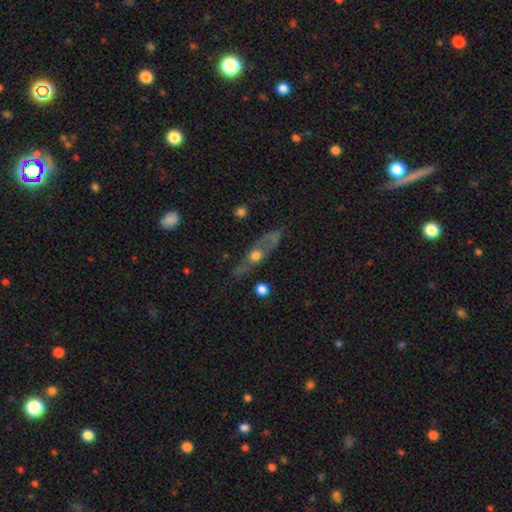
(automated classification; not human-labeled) This appears to be a featured or disk galaxy (54%) viewed edge-on (64%). Merging: none (62%).